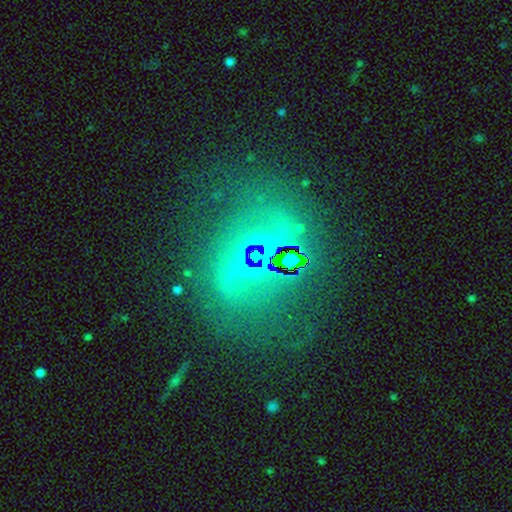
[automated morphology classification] Smooth or featured?
  - star or artifact: 56% *
  - featured or disk: 28%
  - smooth: 16%